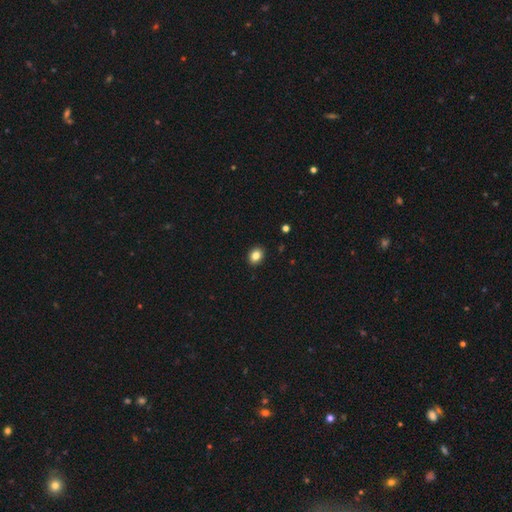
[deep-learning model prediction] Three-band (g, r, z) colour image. It shows a smooth galaxy with no disk features (84%) that is in between round and cigar-shaped (58%). Merging: none (90%).